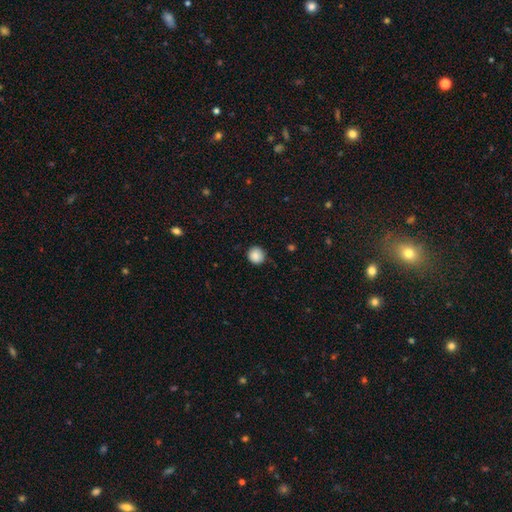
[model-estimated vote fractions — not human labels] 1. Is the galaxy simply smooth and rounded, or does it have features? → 87% smooth, 9% star or artifact, 4% featured or disk.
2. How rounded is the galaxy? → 92% round, 7% in between, 1% cigar-shaped.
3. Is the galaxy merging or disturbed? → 87% none, 10% minor disturbance, 2% major disturbance, 1% merger.